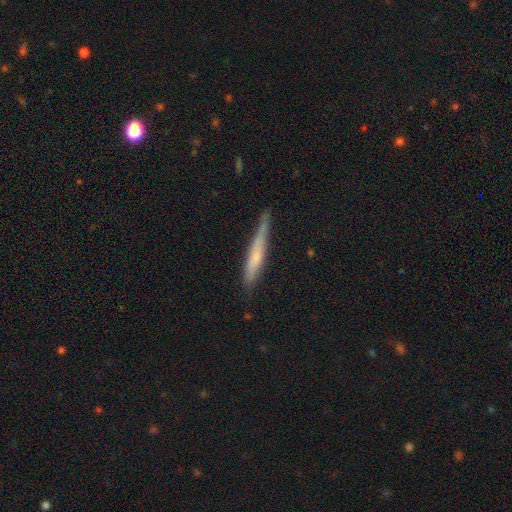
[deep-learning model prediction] Morphology: type=smooth (54%); roundness=cigar-shaped (95%); merging=none (71%).